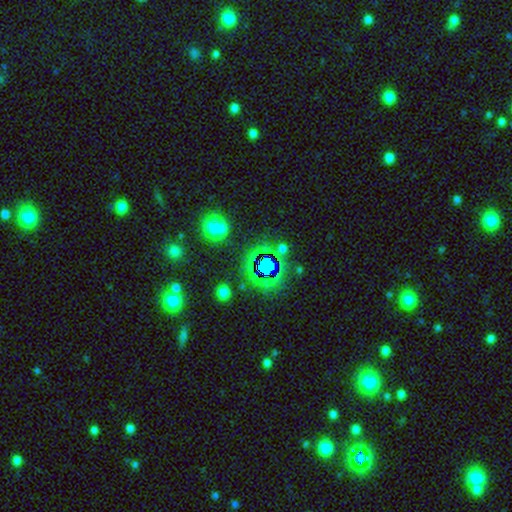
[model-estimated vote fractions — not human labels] The model was most divided on "smooth or featured": star or artifact: 77%, smooth: 14%, featured or disk: 9%.